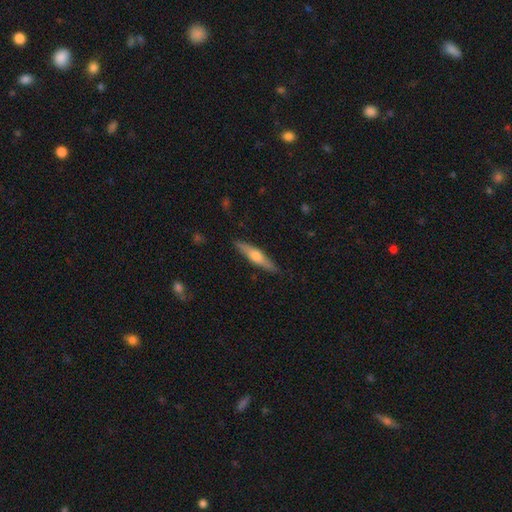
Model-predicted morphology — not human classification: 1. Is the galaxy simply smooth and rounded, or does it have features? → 51% featured or disk, 43% smooth, 6% star or artifact.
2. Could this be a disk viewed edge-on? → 94% yes, 6% no.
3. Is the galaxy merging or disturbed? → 88% none, 9% minor disturbance, 2% major disturbance, 1% merger.